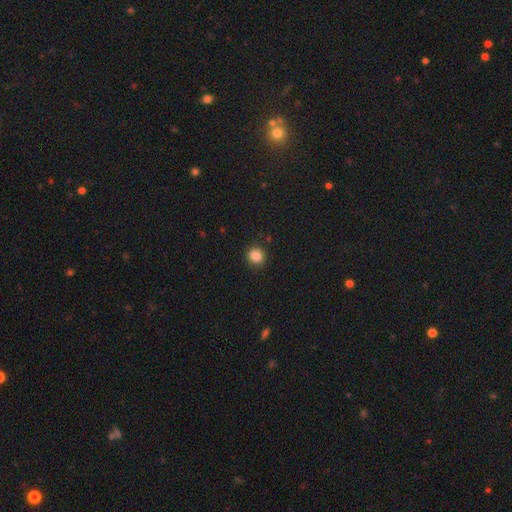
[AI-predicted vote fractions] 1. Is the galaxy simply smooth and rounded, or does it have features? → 86% smooth, 11% star or artifact, 3% featured or disk.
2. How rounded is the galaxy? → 87% round, 12% in between, 1% cigar-shaped.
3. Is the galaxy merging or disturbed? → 90% none, 6% minor disturbance, 2% major disturbance, 1% merger.